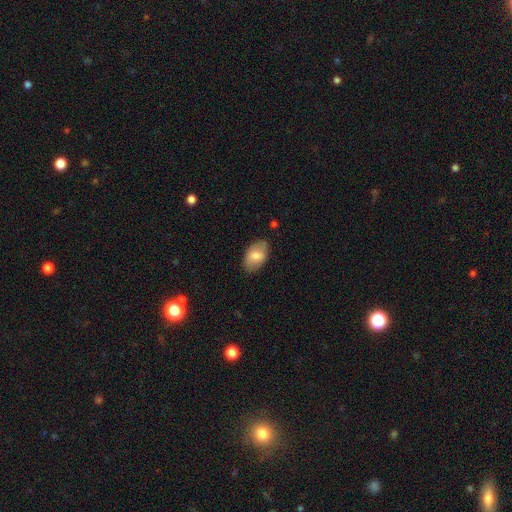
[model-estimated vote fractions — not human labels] A smooth galaxy with no disk features (75%) that is in between round and cigar-shaped (93%).

Vote fractions:
- Smooth or featured? smooth: 75% / featured or disk: 19% / star or artifact: 7%
- How rounded? in between: 93% / round: 6% / cigar-shaped: 1%
- Merging? none: 79% / minor disturbance: 16% / major disturbance: 3% / merger: 1%